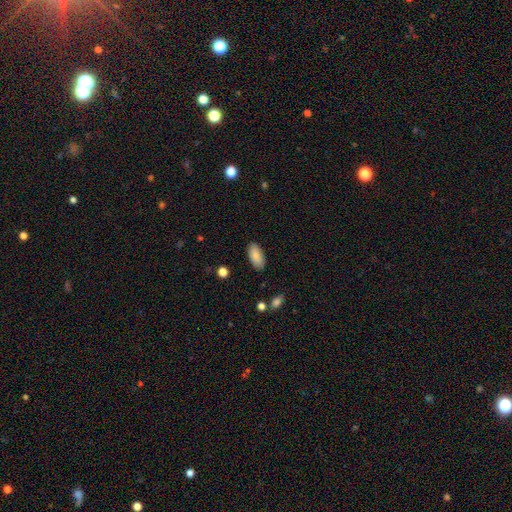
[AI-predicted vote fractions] Overall: smooth (87%). How rounded: in between (91%). Merging: none (88%).